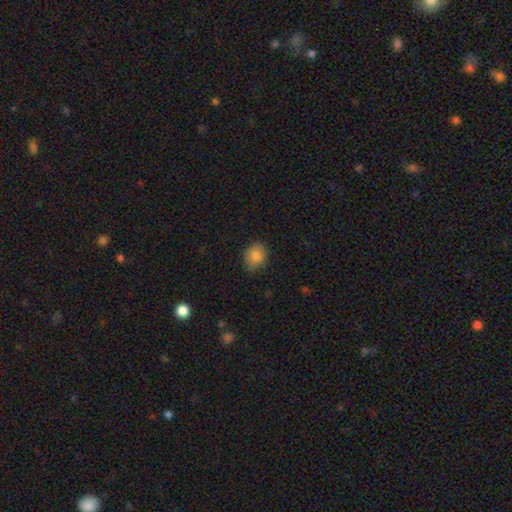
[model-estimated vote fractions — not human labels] Smooth or featured? smooth (83%)
How rounded? round (54%)
Merging? none (76%)